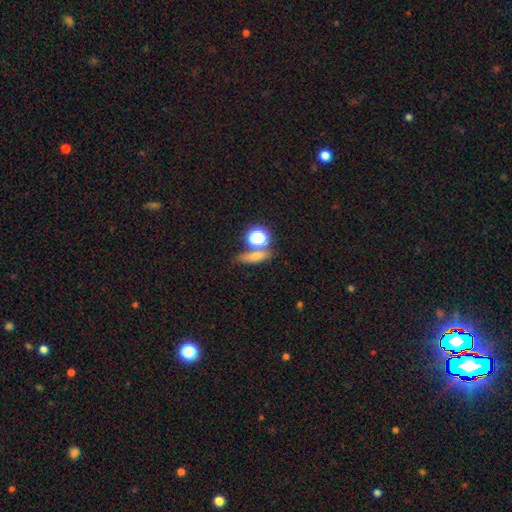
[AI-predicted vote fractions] Q: Smooth or featured?
A: smooth (68%); runner-up: star or artifact (18%)
Q: How rounded?
A: cigar-shaped (36%); runner-up: in between (35%)
Q: Merging?
A: none (64%); runner-up: merger (20%)